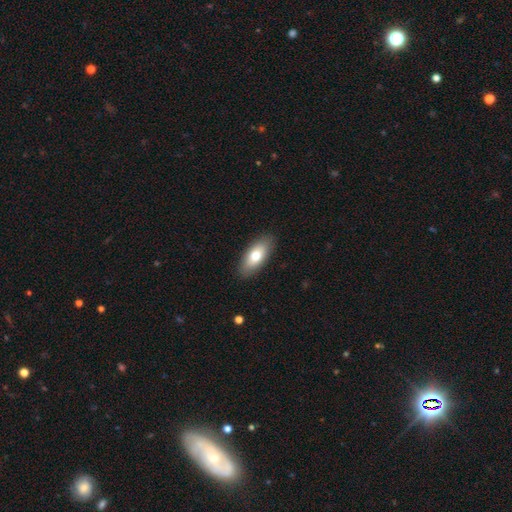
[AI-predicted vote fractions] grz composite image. It shows a smooth galaxy with no disk features (71%) that is in between round and cigar-shaped (85%). Merging: none (88%).